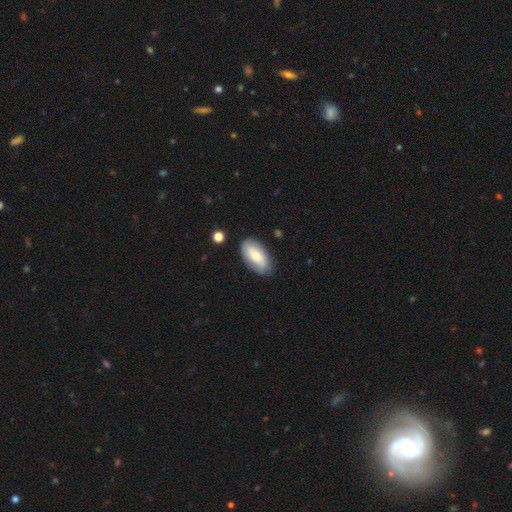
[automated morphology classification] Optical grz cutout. It shows a smooth galaxy with no disk features (70%) that is in between round and cigar-shaped (93%). Merging: none (79%).